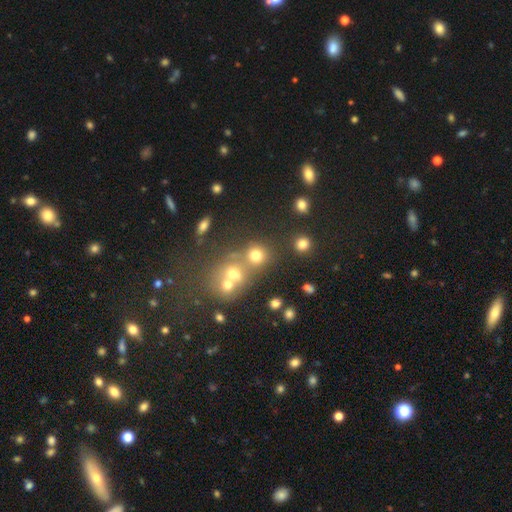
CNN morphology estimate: smooth-or-featured: smooth: 70% | star or artifact: 19% | featured or disk: 11%
  how-rounded: round: 84% | in between: 15% | cigar-shaped: 1%
  merging: none: 59% | merger: 27% | minor disturbance: 8% | major disturbance: 5%